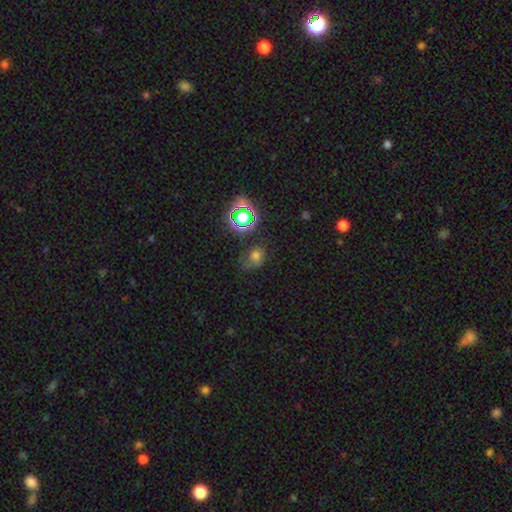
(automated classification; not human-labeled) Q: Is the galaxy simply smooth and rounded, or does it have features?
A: smooth — 63%.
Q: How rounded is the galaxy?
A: round — 53%.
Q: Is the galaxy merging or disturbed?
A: none — 56%.